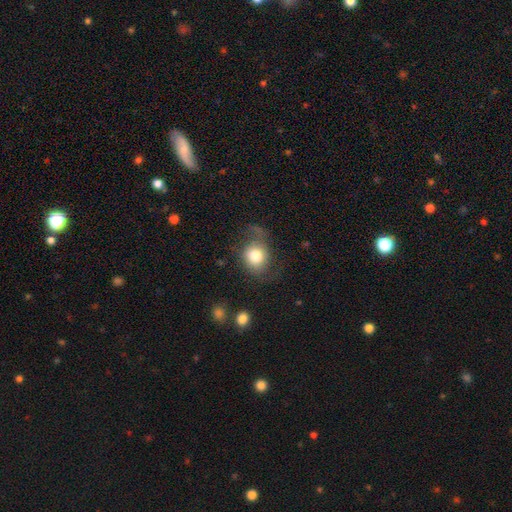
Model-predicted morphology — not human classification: This is likely a smooth galaxy (70%). How rounded: likely round (62%). Merging: possibly none (48%).